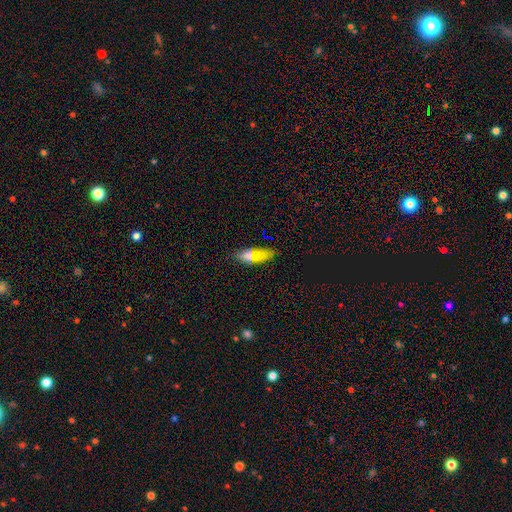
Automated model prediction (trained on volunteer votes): Smooth or featured? Predicted: smooth (p=0.72). How rounded? Predicted: in between (p=0.66). Merging? Predicted: none (p=0.82).